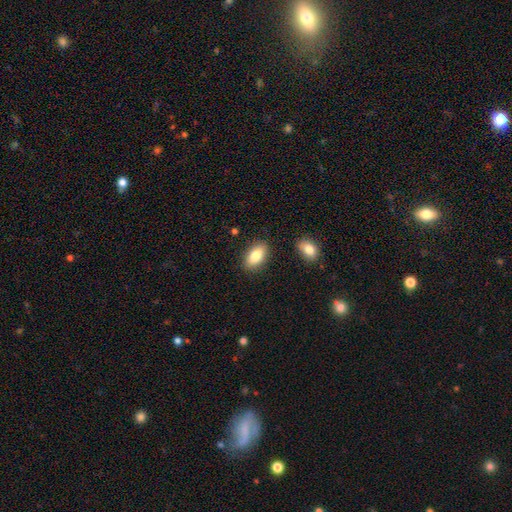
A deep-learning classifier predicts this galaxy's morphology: This is clearly a smooth galaxy (83%). How rounded: clearly in between (91%). Merging: clearly none (85%).